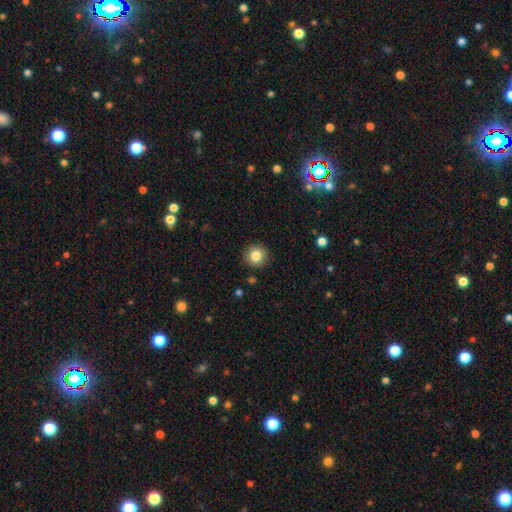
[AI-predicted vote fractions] A smooth galaxy with no disk features (83%) that is round (94%). Merging: none (91%).